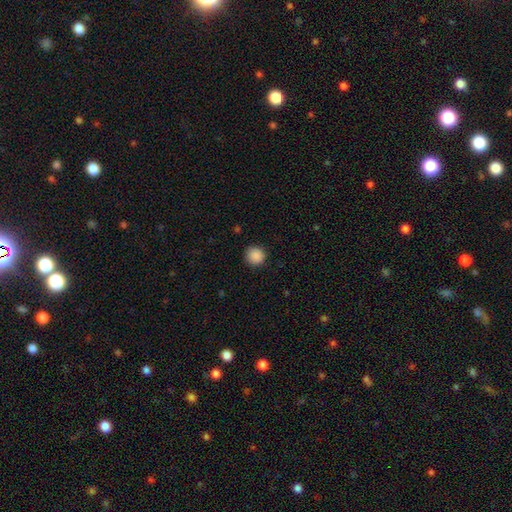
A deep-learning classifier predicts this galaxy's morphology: Smooth or featured: smooth — 89% (star or artifact — 9%)
How rounded: round — 94% (in between — 5%)
Merging: none — 90% (minor disturbance — 7%)